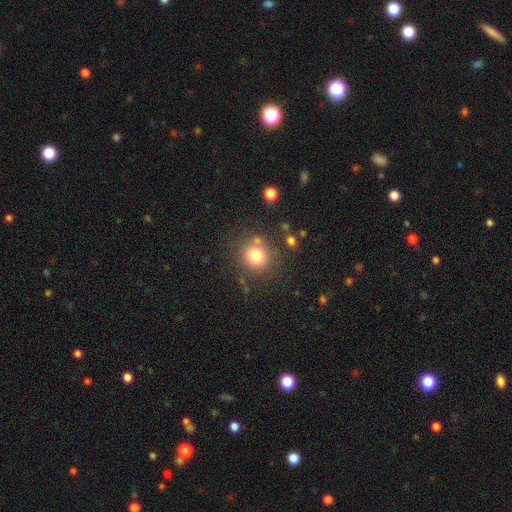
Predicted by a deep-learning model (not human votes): smooth 78%, star or artifact 13%, featured or disk 9%. Down the decision tree: how rounded — round (88%); merging — none (77%).